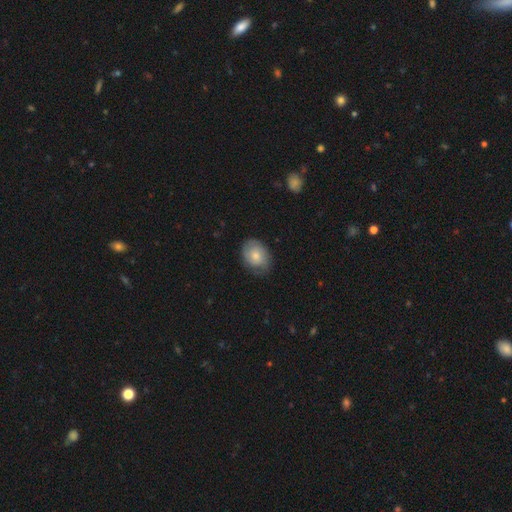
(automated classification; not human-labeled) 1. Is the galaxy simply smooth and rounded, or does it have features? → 65% smooth, 29% featured or disk, 7% star or artifact.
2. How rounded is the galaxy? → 62% in between, 37% round, 1% cigar-shaped.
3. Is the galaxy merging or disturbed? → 70% none, 23% minor disturbance, 6% major disturbance, 1% merger.